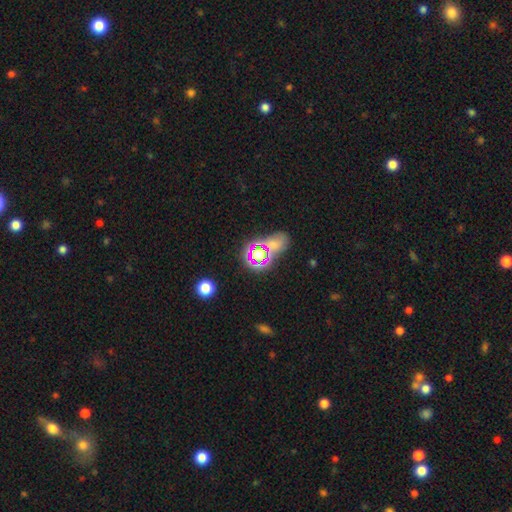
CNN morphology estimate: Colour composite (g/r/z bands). It shows a star or artifact, not a galaxy (61%).